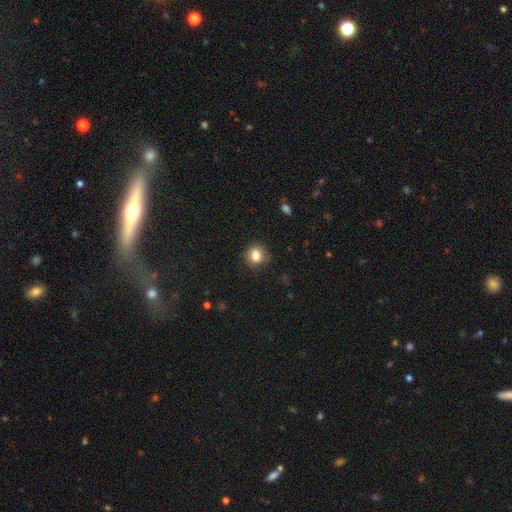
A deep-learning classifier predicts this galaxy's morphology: This appears to be a smooth galaxy with no disk features (82%) that is round (71%). Merging: none (82%).